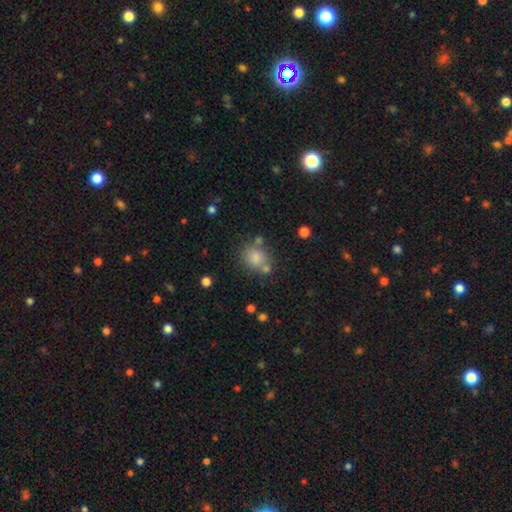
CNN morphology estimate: Smooth or featured? Predicted: smooth (p=0.75). How rounded? Predicted: round (p=0.75). Merging? Predicted: none (p=0.68).